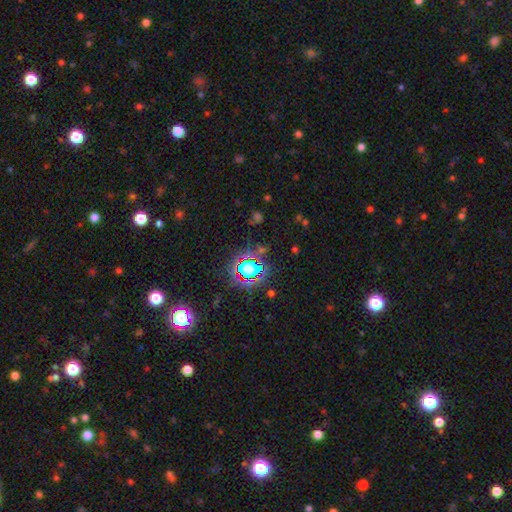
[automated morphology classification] A star or artifact, not a galaxy (78%).